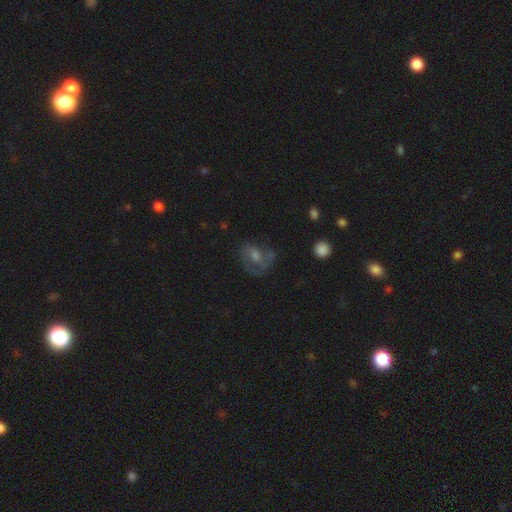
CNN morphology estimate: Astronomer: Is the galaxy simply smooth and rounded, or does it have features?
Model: featured or disk — 54%.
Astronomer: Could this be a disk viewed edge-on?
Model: no — 96%.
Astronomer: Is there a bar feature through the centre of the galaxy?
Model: no — 54% (runner-up: weak, 37%).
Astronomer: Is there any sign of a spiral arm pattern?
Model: yes — 70%.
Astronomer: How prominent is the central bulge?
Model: moderate — 50% (runner-up: small, 30%).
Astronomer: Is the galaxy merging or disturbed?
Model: none — 56%.